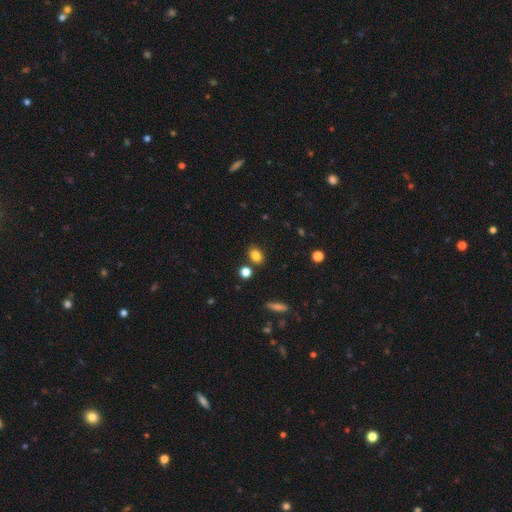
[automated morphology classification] Smooth or featured?
  - smooth: 83% *
  - star or artifact: 11%
  - featured or disk: 5%
How rounded?
  - in between: 65% *
  - round: 33%
  - cigar-shaped: 2%
Merging?
  - none: 79% *
  - minor disturbance: 10%
  - merger: 8%
  - major disturbance: 3%